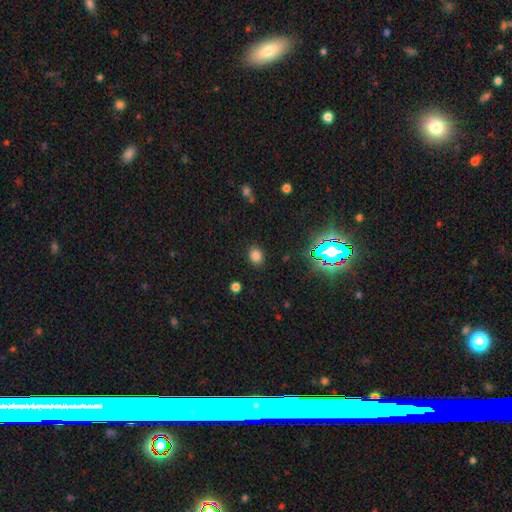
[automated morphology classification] Smooth or featured? smooth (76%)
How rounded? in between (52%)
Merging? none (86%)